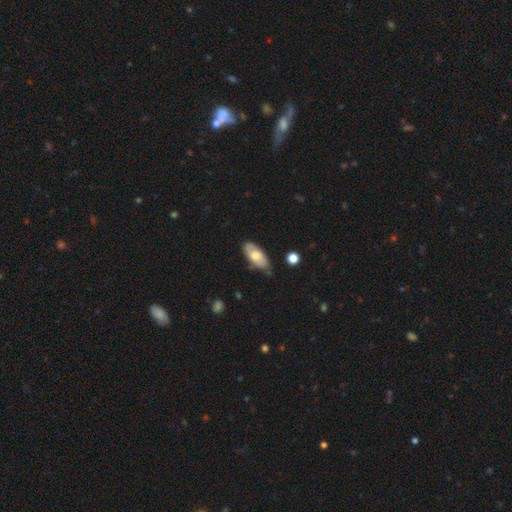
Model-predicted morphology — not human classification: Q: Smooth or featured?
A: smooth (58%); runner-up: featured or disk (36%)
Q: How rounded?
A: in between (89%); runner-up: cigar-shaped (9%)
Q: Merging?
A: none (66%); runner-up: minor disturbance (26%)